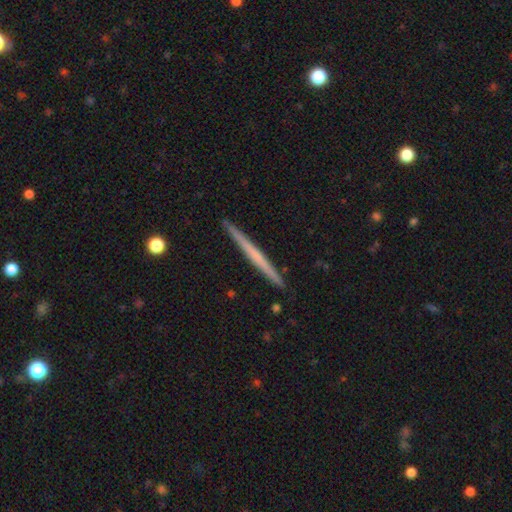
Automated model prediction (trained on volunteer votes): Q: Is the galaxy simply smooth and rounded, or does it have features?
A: featured or disk — 52%.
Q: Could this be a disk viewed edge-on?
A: yes — 98%.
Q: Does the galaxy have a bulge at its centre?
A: none — 86%.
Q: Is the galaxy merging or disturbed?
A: none — 92%.